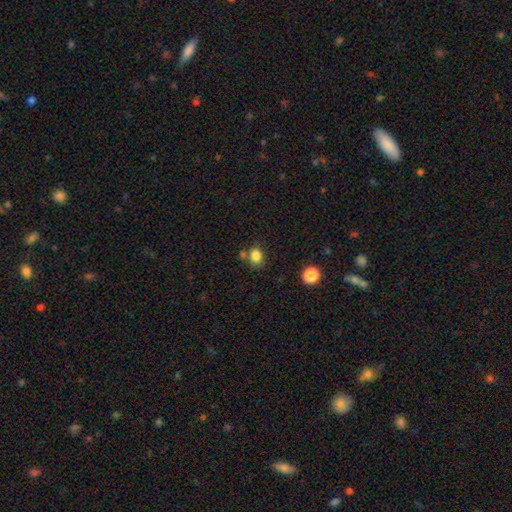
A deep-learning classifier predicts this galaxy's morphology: type=smooth (83%); roundness=in between (53%); merging=none (64%).